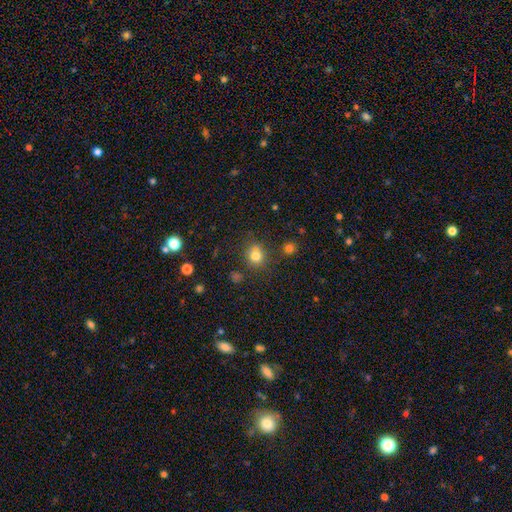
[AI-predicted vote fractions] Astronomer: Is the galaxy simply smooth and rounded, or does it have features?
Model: smooth — 78%.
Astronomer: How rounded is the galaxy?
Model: round — 77%.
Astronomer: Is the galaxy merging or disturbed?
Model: none — 73%.